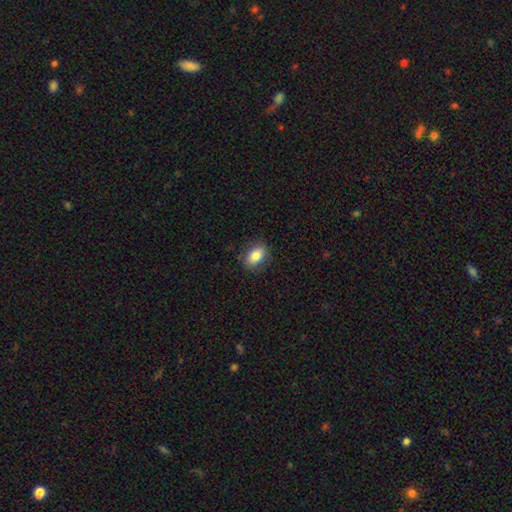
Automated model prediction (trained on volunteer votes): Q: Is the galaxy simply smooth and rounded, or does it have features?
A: smooth — 82%.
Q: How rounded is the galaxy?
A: in between — 83%.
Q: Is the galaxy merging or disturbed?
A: none — 84%.